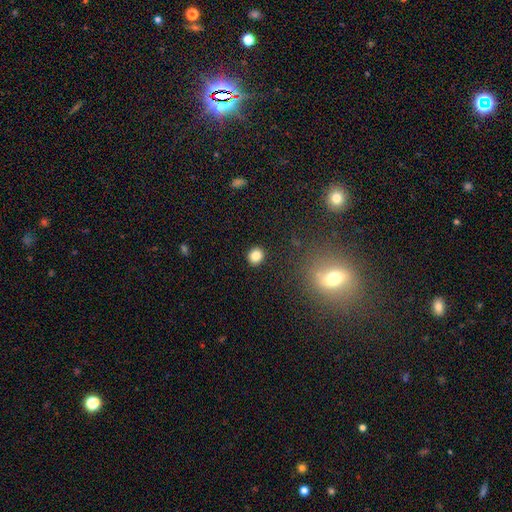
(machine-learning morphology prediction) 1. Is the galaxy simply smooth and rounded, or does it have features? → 84% smooth, 11% star or artifact, 5% featured or disk.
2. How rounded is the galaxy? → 78% round, 21% in between, 1% cigar-shaped.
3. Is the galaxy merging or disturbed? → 91% none, 6% minor disturbance, 2% major disturbance, 1% merger.